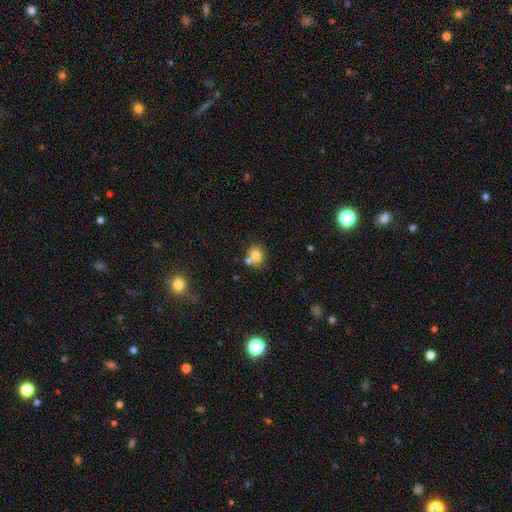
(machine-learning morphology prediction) Smooth or featured?
  - smooth: 78% *
  - featured or disk: 11%
  - star or artifact: 11%
How rounded?
  - round: 68% *
  - in between: 31%
  - cigar-shaped: 1%
Merging?
  - none: 57% *
  - merger: 28%
  - minor disturbance: 11%
  - major disturbance: 4%